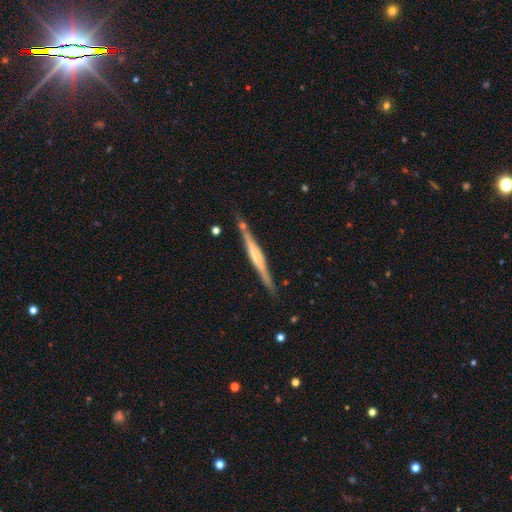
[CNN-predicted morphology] The model was most divided on "edge-on bulge": rounded: 62%, boxy: 21%, none: 16%. More confident: edge-on disk — yes (98%); merging — none (85%); smooth or featured — featured or disk (75%).